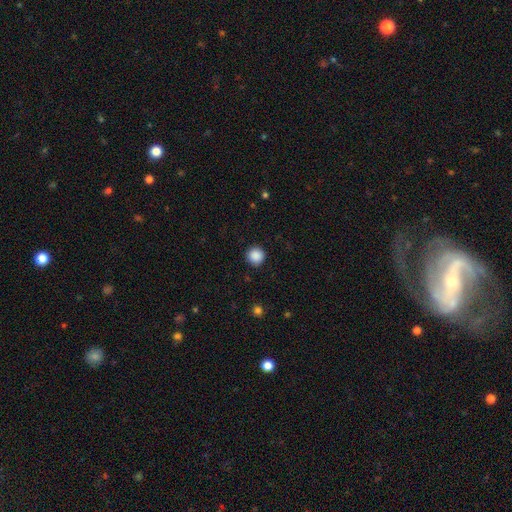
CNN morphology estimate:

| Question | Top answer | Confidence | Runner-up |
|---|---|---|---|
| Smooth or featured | smooth | 89% | star or artifact (9%) |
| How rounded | round | 96% | in between (3%) |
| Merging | none | 92% | minor disturbance (5%) |